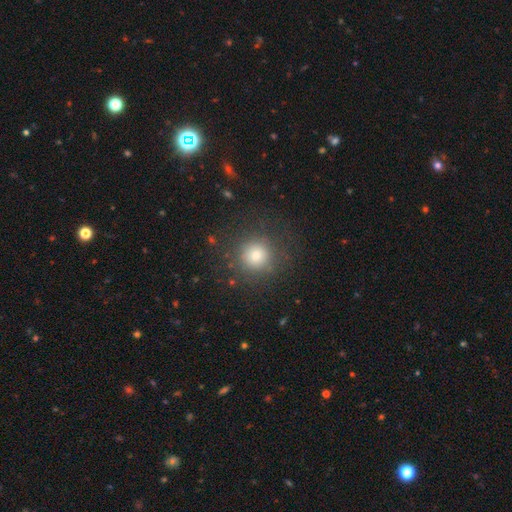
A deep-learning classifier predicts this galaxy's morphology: Smooth or featured?
  - smooth: 76% *
  - star or artifact: 15%
  - featured or disk: 9%
How rounded?
  - round: 93% *
  - in between: 6%
  - cigar-shaped: 1%
Merging?
  - none: 84% *
  - minor disturbance: 9%
  - major disturbance: 5%
  - merger: 1%